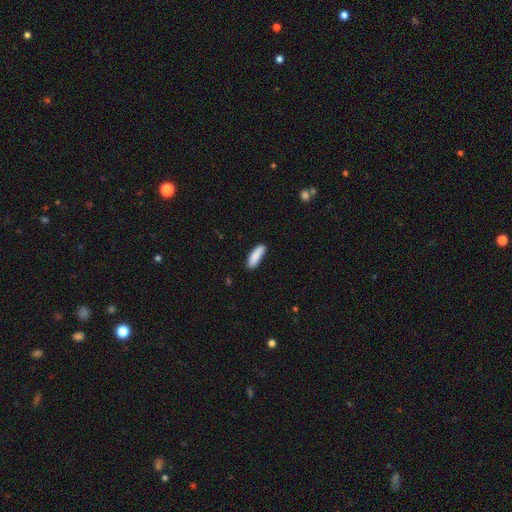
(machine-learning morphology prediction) This is clearly a smooth galaxy (88%). How rounded: possibly in between (53%). Merging: clearly none (81%).